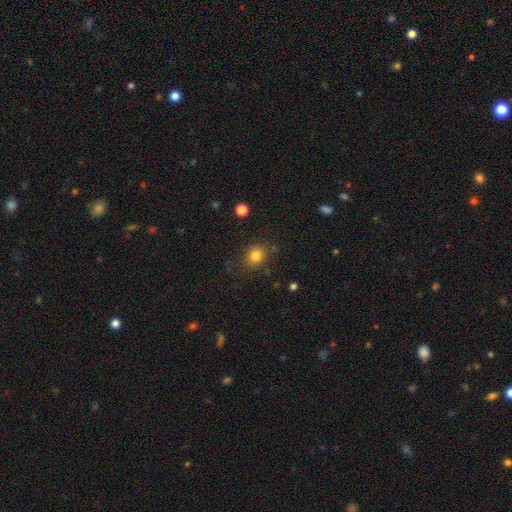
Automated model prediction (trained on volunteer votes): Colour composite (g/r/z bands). It shows a smooth galaxy with no disk features (82%) that is round (72%). Merging: none (80%).